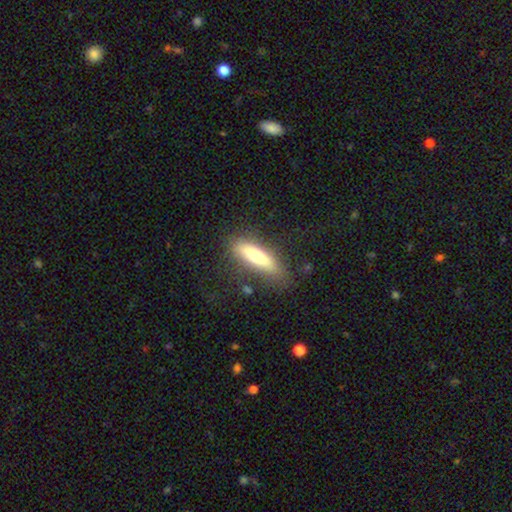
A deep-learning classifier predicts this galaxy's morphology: Smooth or featured: smooth — 66% (featured or disk — 28%)
How rounded: cigar-shaped — 66% (in between — 32%)
Merging: none — 75% (minor disturbance — 17%)